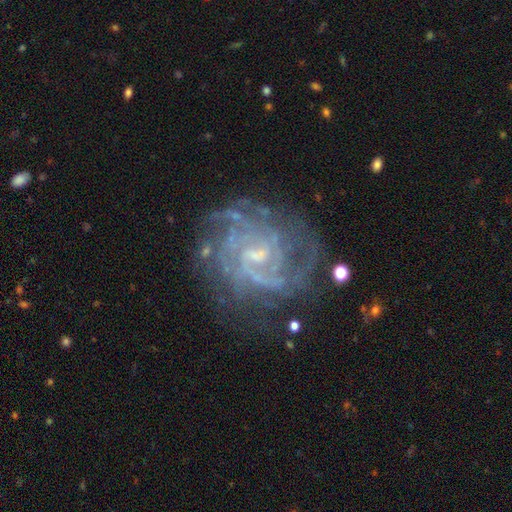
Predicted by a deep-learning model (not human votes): featured or disk 87%, star or artifact 8%, smooth 5%. Down the decision tree: edge-on disk — no (98%); bar — weak (55%); spiral arms — yes (94%); spiral arm count — can't tell (36%); spiral winding — tight (59%); bulge size — small (55%); merging — none (71%).